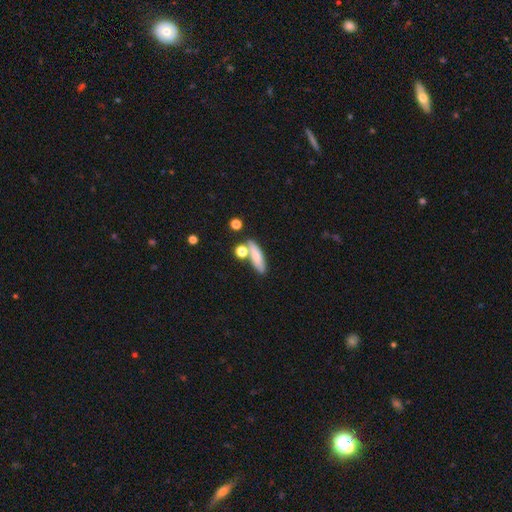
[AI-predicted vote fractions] A smooth galaxy with no disk features (74%) that is cigar-shaped (52%).

Vote fractions:
- Smooth or featured? smooth: 74% / featured or disk: 18% / star or artifact: 9%
- How rounded? cigar-shaped: 52% / in between: 40% / round: 7%
- Merging? none: 64% / merger: 18% / minor disturbance: 14% / major disturbance: 5%